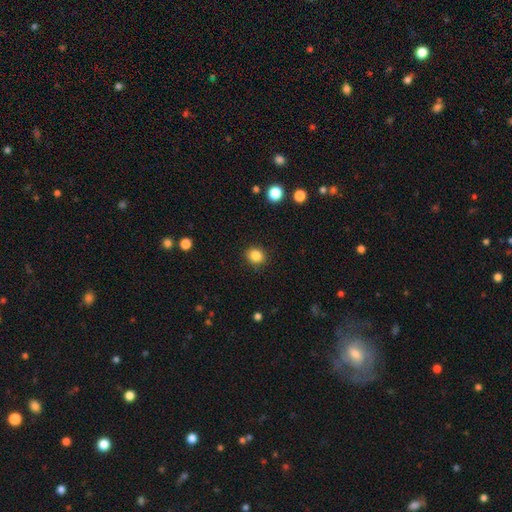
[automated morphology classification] This is clearly a smooth galaxy (85%). How rounded: likely round (77%). Merging: clearly none (90%).